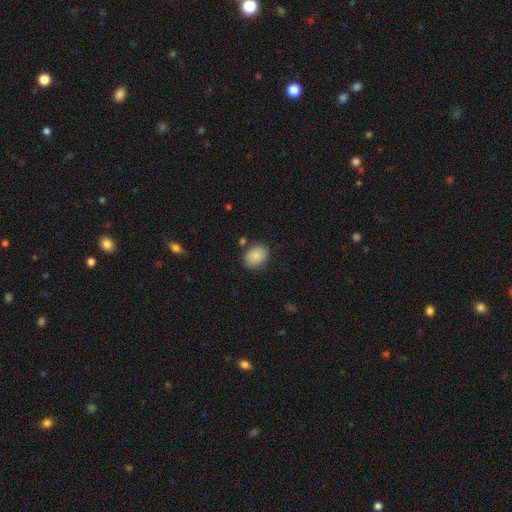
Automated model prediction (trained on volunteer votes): Morphology: type=smooth (86%); roundness=in between (62%); merging=none (80%).